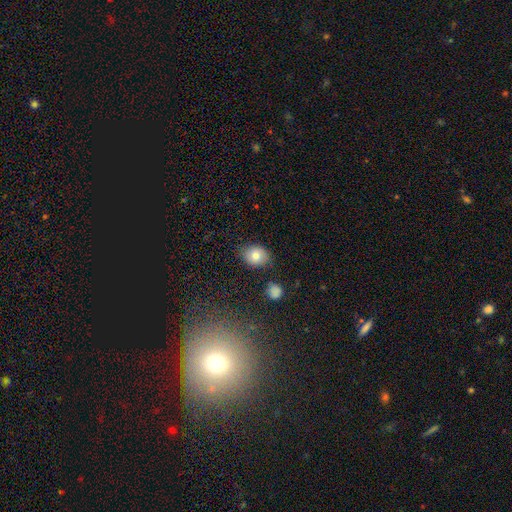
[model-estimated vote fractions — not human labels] Smooth or featured?
  - smooth: 77% *
  - featured or disk: 13%
  - star or artifact: 10%
How rounded?
  - in between: 52% *
  - round: 47%
  - cigar-shaped: 1%
Merging?
  - none: 80% *
  - minor disturbance: 14%
  - major disturbance: 3%
  - merger: 3%